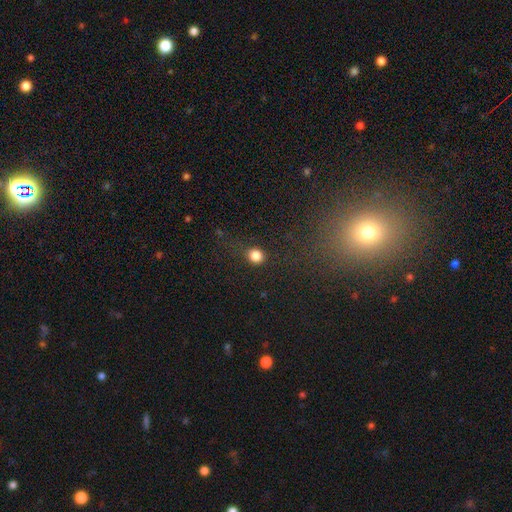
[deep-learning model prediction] The model was most divided on "how rounded": round: 79%, in between: 19%, cigar-shaped: 1%. More confident: smooth or featured — smooth (83%); merging — none (81%).